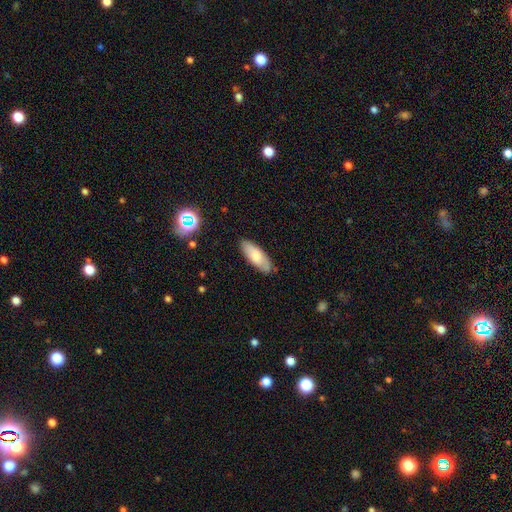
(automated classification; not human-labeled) This appears to be a smooth galaxy with no disk features (73%) that is in between round and cigar-shaped (74%). Merging: none (84%).